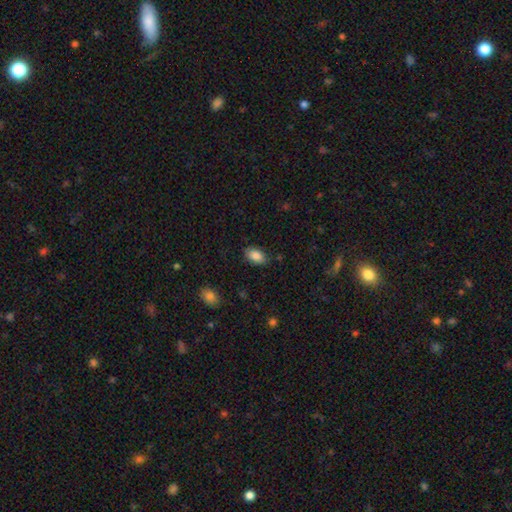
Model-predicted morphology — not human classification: The model was most divided on "merging": none: 84%, minor disturbance: 12%, major disturbance: 3%, merger: 1%. More confident: how rounded — in between (91%); smooth or featured — smooth (87%).